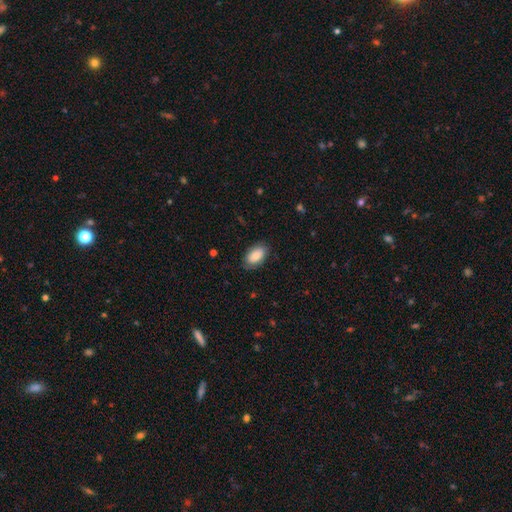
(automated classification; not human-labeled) A smooth galaxy with no disk features (81%) that is in between round and cigar-shaped (94%). Merging: none (81%).